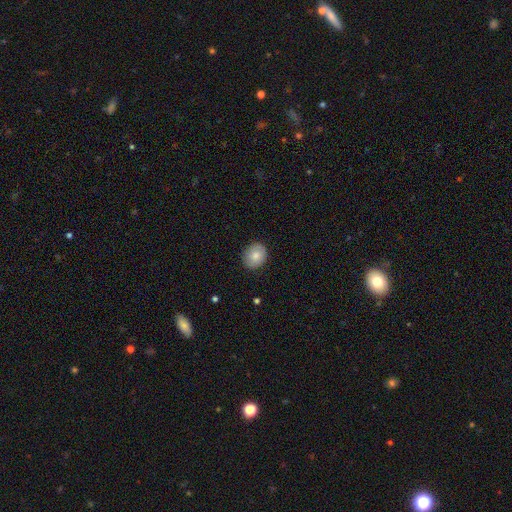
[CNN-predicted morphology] Smooth or featured? smooth (82%)
How rounded? round (63%)
Merging? none (87%)